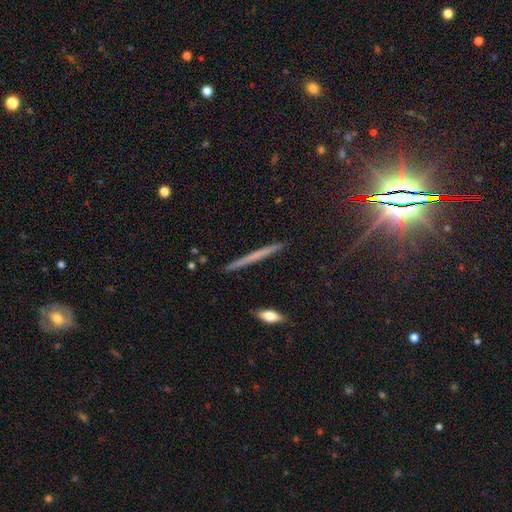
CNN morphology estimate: smooth-or-featured: featured or disk: 46% | smooth: 43% | star or artifact: 11%
  merging: none: 91% | minor disturbance: 7% | major disturbance: 1% | merger: 1%